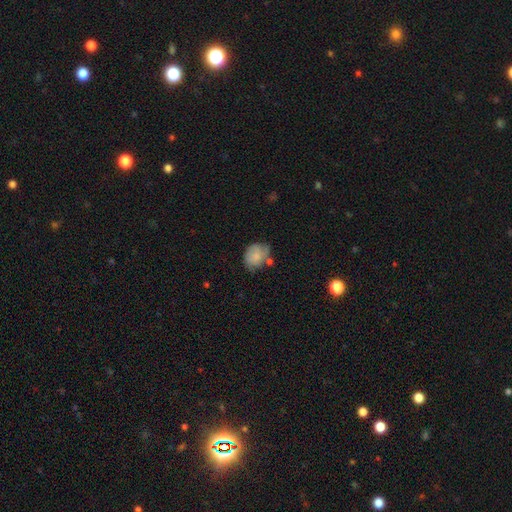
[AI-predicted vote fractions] Smooth or featured? Predicted: smooth (p=0.68). How rounded? Predicted: in between (p=0.56). Merging? Predicted: none (p=0.47).